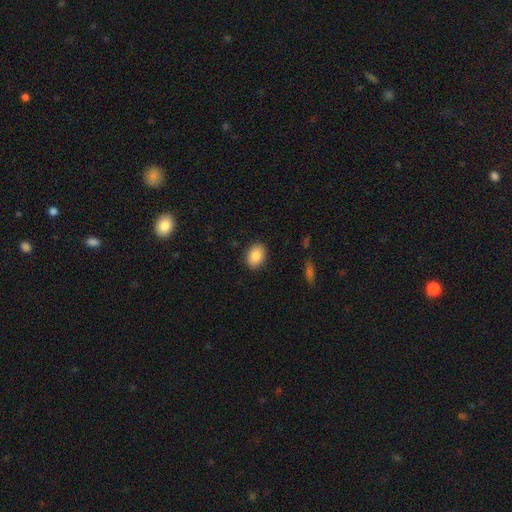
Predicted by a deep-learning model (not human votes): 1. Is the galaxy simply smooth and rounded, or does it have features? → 87% smooth, 7% star or artifact, 5% featured or disk.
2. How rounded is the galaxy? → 77% in between, 22% round, 1% cigar-shaped.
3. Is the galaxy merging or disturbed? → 89% none, 8% minor disturbance, 2% major disturbance, 1% merger.